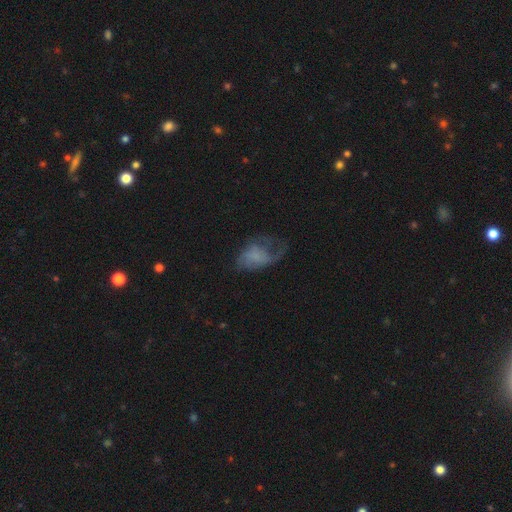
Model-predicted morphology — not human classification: A featured or disk galaxy (47%).

Vote fractions:
- Smooth or featured? featured or disk: 47% / smooth: 42% / star or artifact: 11%
- Merging? major disturbance: 45% / none: 28% / minor disturbance: 24% / merger: 2%